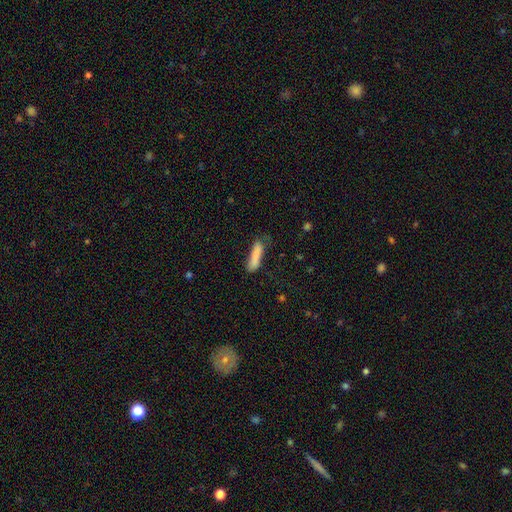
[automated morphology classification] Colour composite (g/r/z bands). It shows a smooth galaxy with no disk features (85%) that is cigar-shaped (77%). Merging: none (65%).